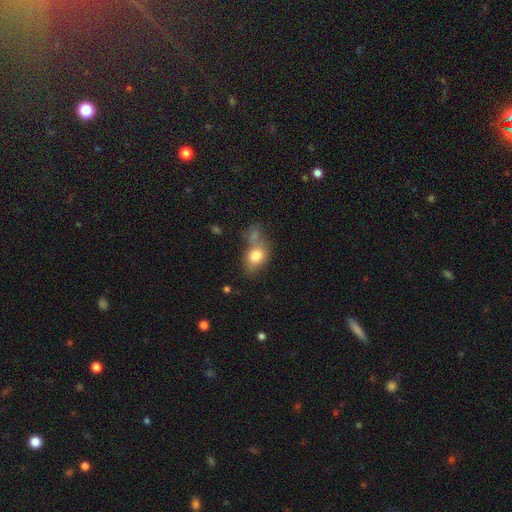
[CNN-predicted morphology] Smooth or featured? smooth (78%)
How rounded? in between (71%)
Merging? none (36%)